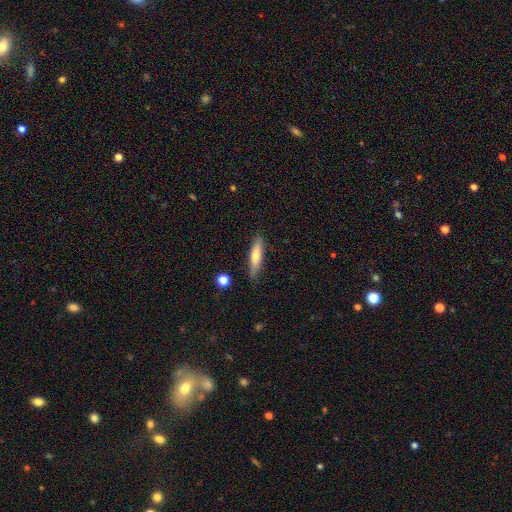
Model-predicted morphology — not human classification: Q: Smooth or featured?
A: smooth (65%); runner-up: featured or disk (29%)
Q: How rounded?
A: cigar-shaped (78%); runner-up: in between (20%)
Q: Merging?
A: none (85%); runner-up: minor disturbance (11%)